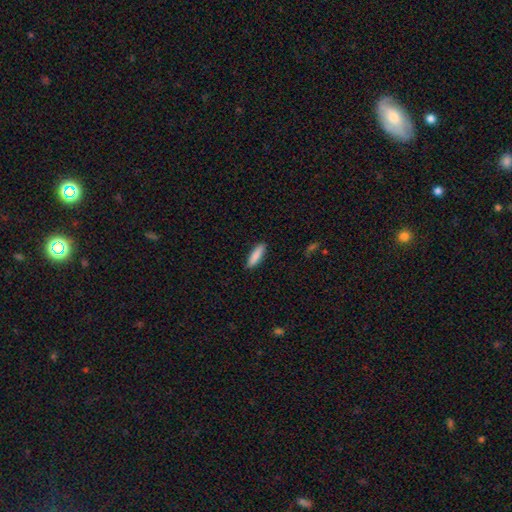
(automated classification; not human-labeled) Smooth or featured? Predicted: smooth (p=0.88). How rounded? Predicted: cigar-shaped (p=0.62). Merging? Predicted: none (p=0.89).